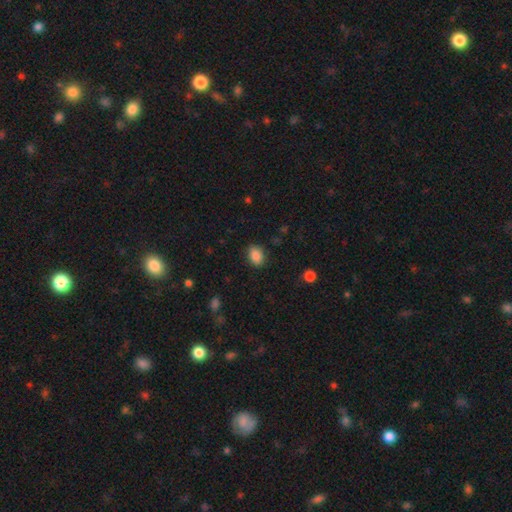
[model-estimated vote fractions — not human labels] A smooth galaxy with no disk features (86%) that is in between round and cigar-shaped (70%).

Vote fractions:
- Smooth or featured? smooth: 86% / star or artifact: 9% / featured or disk: 5%
- How rounded? in between: 70% / round: 29% / cigar-shaped: 1%
- Merging? none: 86% / minor disturbance: 10% / major disturbance: 3% / merger: 1%